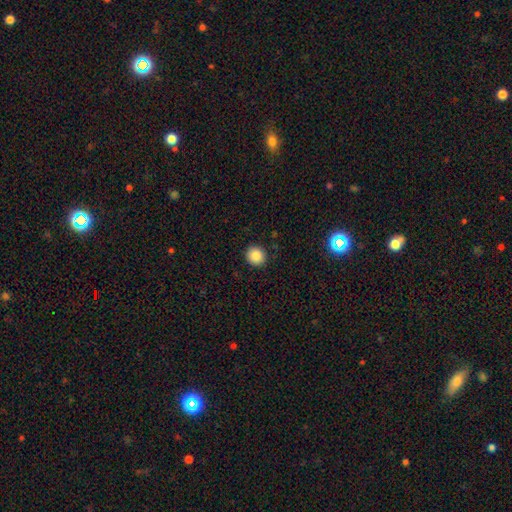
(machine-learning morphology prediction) smooth-or-featured: smooth: 87% | star or artifact: 9% | featured or disk: 4%
  how-rounded: round: 92% | in between: 7% | cigar-shaped: 1%
  merging: none: 92% | minor disturbance: 6% | major disturbance: 2% | merger: 1%